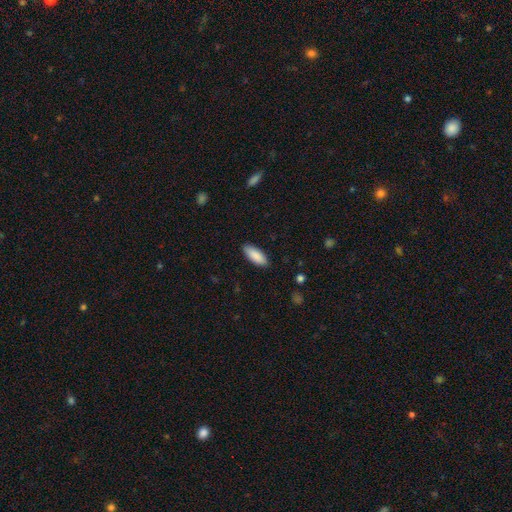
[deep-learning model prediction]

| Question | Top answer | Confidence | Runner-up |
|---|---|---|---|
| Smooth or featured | smooth | 89% | star or artifact (5%) |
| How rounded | in between | 78% | cigar-shaped (21%) |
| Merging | none | 88% | minor disturbance (9%) |